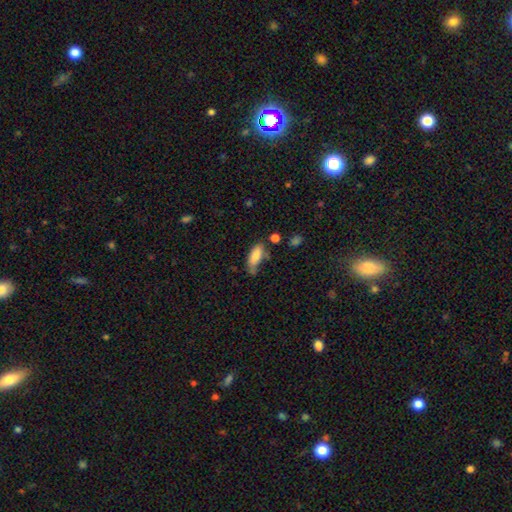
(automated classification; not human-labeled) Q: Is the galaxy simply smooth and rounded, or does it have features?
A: smooth — 81%.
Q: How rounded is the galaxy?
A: in between — 75%.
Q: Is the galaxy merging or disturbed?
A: none — 46%.